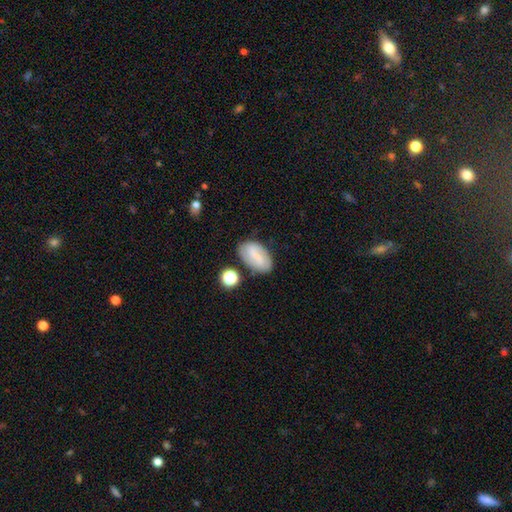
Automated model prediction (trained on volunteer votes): A smooth galaxy with no disk features (64%) that is in between round and cigar-shaped (92%).

Vote fractions:
- Smooth or featured? smooth: 64% / featured or disk: 27% / star or artifact: 9%
- How rounded? in between: 92% / round: 5% / cigar-shaped: 4%
- Merging? none: 72% / minor disturbance: 17% / merger: 6% / major disturbance: 5%